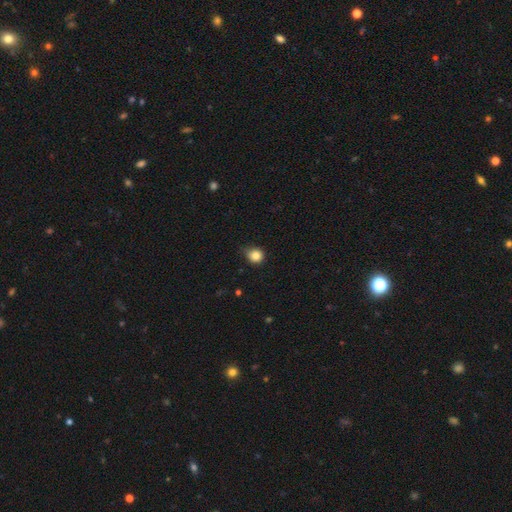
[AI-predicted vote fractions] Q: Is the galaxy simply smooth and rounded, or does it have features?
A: smooth — 83%.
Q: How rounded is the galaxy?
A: round — 84%.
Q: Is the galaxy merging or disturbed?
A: none — 71%.